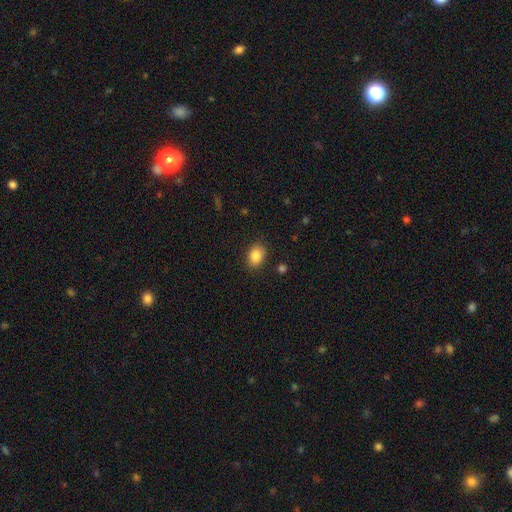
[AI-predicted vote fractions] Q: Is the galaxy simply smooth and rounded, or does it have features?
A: smooth — 86%.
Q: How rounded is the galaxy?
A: in between — 73%.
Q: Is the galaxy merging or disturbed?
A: none — 85%.